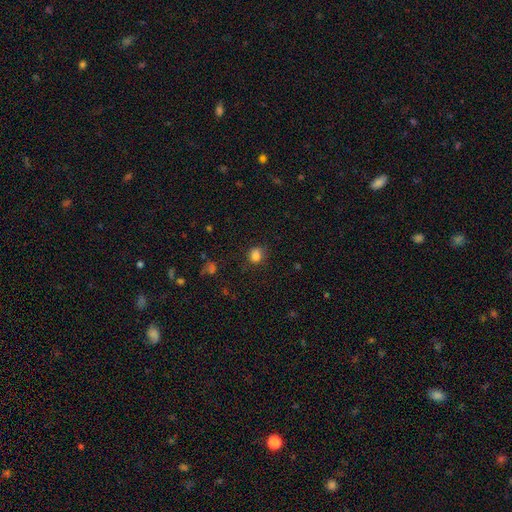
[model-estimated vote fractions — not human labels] A smooth galaxy with no disk features (83%) that is round (69%).

Vote fractions:
- Smooth or featured? smooth: 83% / star or artifact: 12% / featured or disk: 5%
- How rounded? round: 69% / in between: 30% / cigar-shaped: 1%
- Merging? none: 76% / minor disturbance: 17% / major disturbance: 5% / merger: 2%